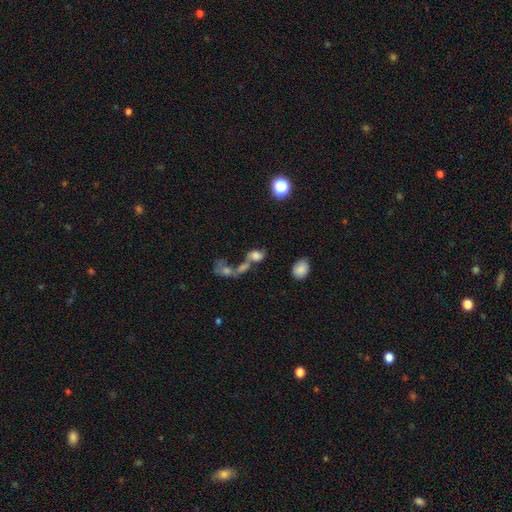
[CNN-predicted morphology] A smooth galaxy with no disk features (60%) that is in between round and cigar-shaped (71%).

Vote fractions:
- Smooth or featured? smooth: 60% / featured or disk: 24% / star or artifact: 16%
- How rounded? in between: 71% / round: 25% / cigar-shaped: 4%
- Merging? merger: 58% / none: 20% / major disturbance: 13% / minor disturbance: 9%